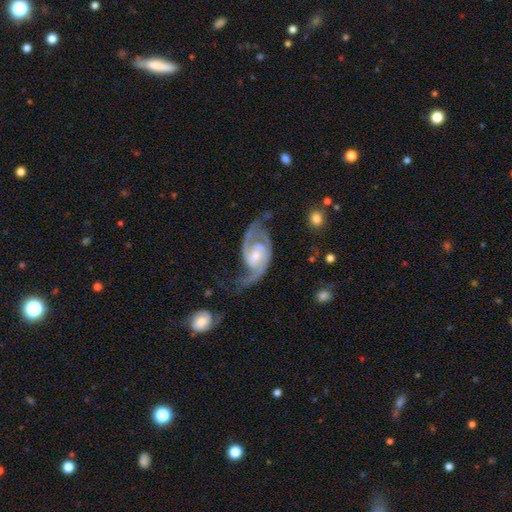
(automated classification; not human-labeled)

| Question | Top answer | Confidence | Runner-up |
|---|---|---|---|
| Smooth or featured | featured or disk | 91% | smooth (5%) |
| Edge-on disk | no | 97% | yes (3%) |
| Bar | weak | 44% | tied: no (44%) |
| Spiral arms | yes | 98% | no (2%) |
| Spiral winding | medium | 53% | loose (24%) |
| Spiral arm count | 2 | 88% | can't tell (3%) |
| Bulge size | moderate | 56% | small (31%) |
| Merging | none | 55% | minor disturbance (23%) |